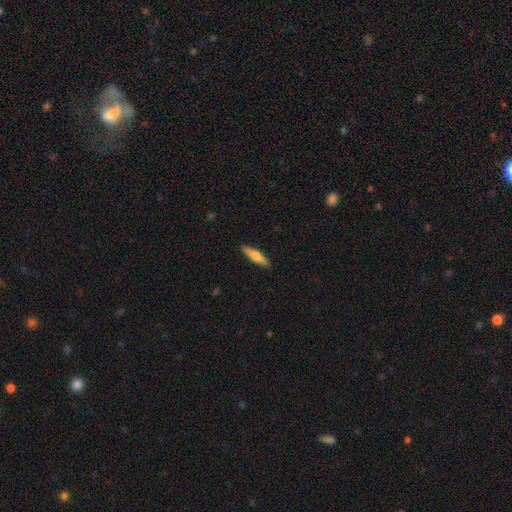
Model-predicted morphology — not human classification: Smooth or featured? Predicted: smooth (p=0.60). How rounded? Predicted: cigar-shaped (p=0.75). Merging? Predicted: none (p=0.90).